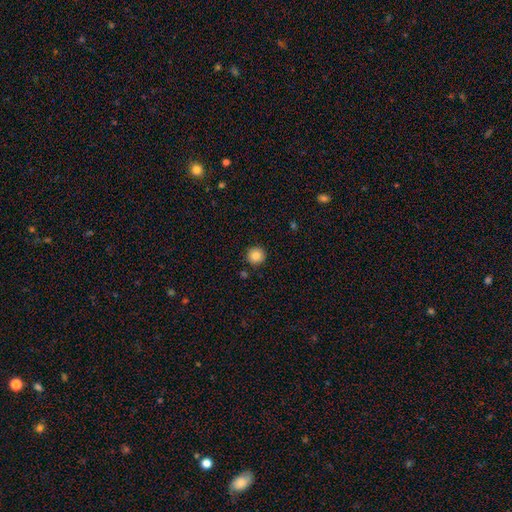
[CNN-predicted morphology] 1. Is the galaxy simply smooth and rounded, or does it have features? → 86% smooth, 9% star or artifact, 5% featured or disk.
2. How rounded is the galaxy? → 95% round, 4% in between, 1% cigar-shaped.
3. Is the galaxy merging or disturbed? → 91% none, 6% minor disturbance, 2% merger, 2% major disturbance.